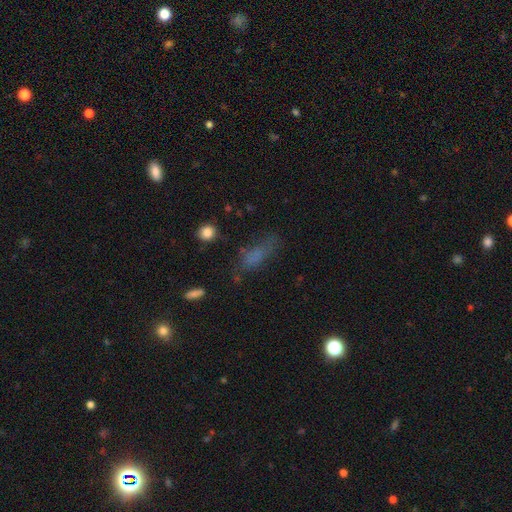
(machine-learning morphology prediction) A smooth galaxy with no disk features (61%) that is in between round and cigar-shaped (61%).

Vote fractions:
- Smooth or featured? smooth: 61% / featured or disk: 19% / star or artifact: 19%
- How rounded? in between: 61% / cigar-shaped: 34% / round: 6%
- Merging? none: 51% / minor disturbance: 25% / major disturbance: 19% / merger: 4%